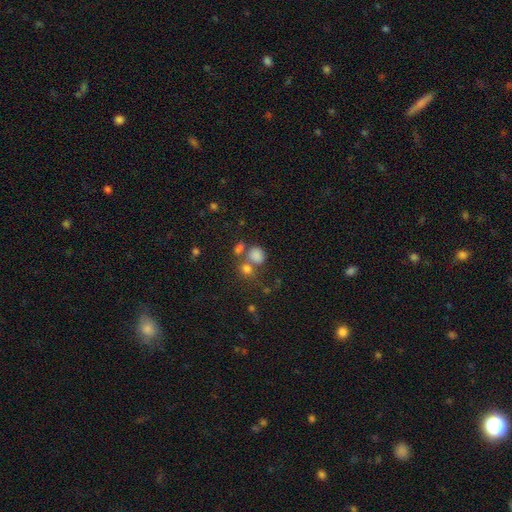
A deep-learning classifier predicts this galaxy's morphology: Smooth or featured: smooth — 77% (star or artifact — 15%)
How rounded: round — 66% (in between — 33%)
Merging: none — 47% (merger — 33%)